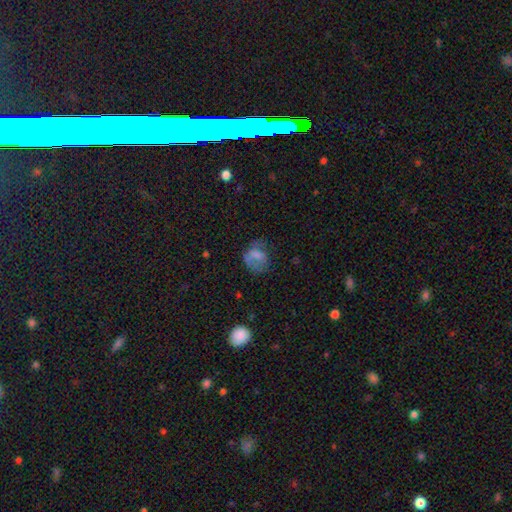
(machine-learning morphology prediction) Overall: smooth (62%; featured or disk 25%). How rounded: round (55%; in between 44%). Merging: none (41%; major disturbance 29%).